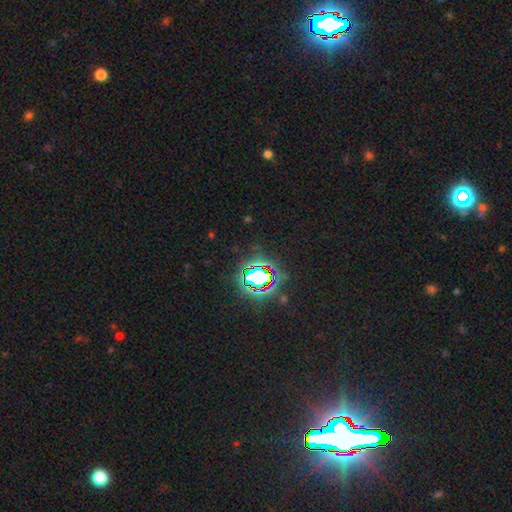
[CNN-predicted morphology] star or artifact 84%, smooth 8%, featured or disk 8%.